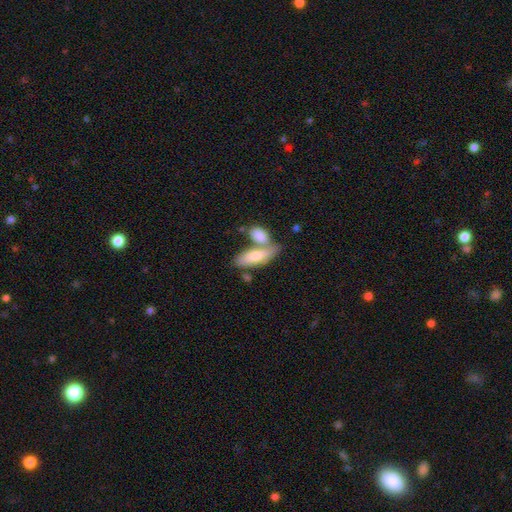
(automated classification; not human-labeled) A smooth galaxy with no disk features (74%) that is in between round and cigar-shaped (73%).

Vote fractions:
- Smooth or featured? smooth: 74% / featured or disk: 21% / star or artifact: 5%
- How rounded? in between: 73% / cigar-shaped: 25% / round: 3%
- Merging? merger: 43% / none: 40% / minor disturbance: 12% / major disturbance: 5%